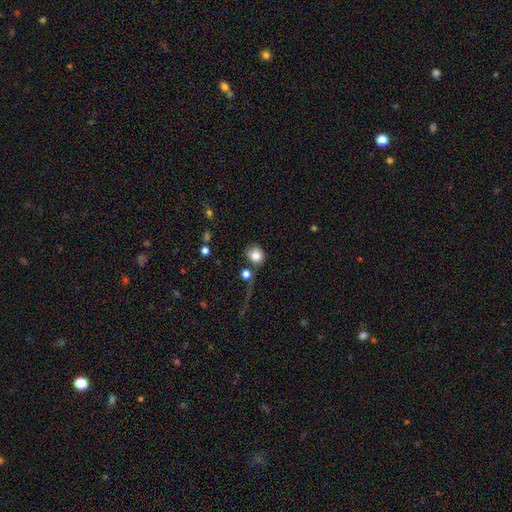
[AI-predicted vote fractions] The model was most divided on "merging": none: 65%, merger: 14%, minor disturbance: 13%, major disturbance: 8%. More confident: smooth or featured — smooth (83%); how rounded — round (76%).